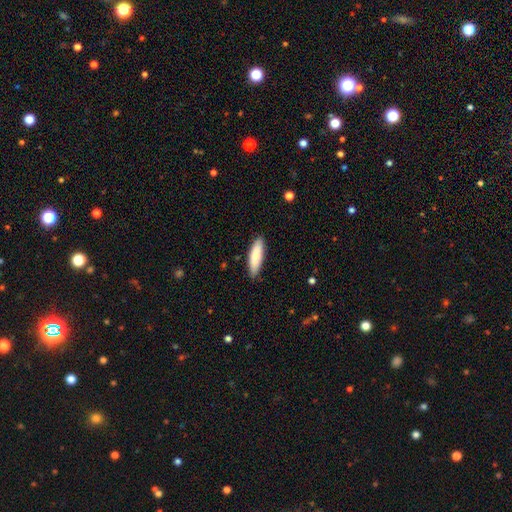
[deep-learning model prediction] Smooth or featured: smooth — 82% (featured or disk — 12%)
How rounded: cigar-shaped — 56% (in between — 42%)
Merging: none — 86% (minor disturbance — 11%)